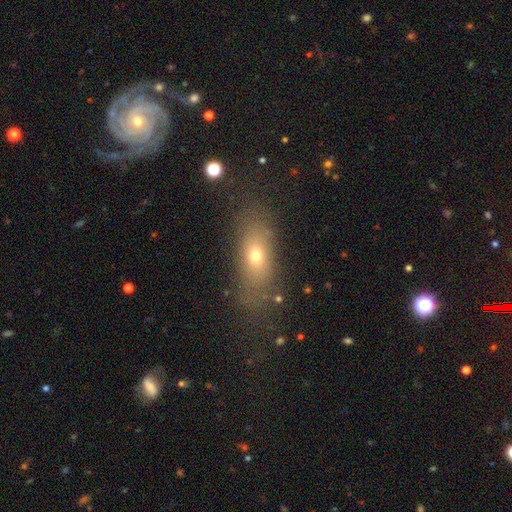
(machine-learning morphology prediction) Smooth or featured? smooth (65%)
How rounded? in between (70%)
Merging? none (72%)